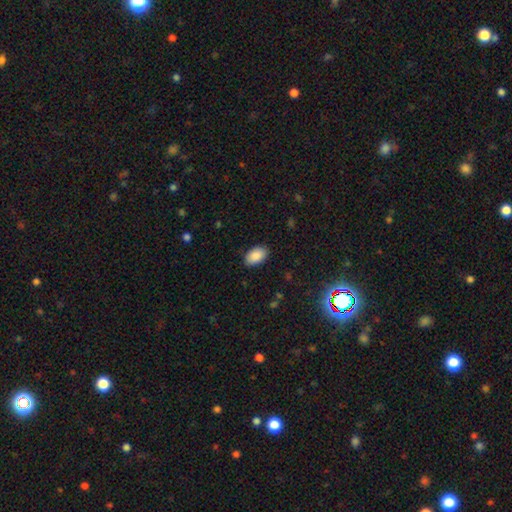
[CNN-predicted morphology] smooth 90%, star or artifact 7%, featured or disk 4%. Down the decision tree: how rounded — in between (94%); merging — none (88%).